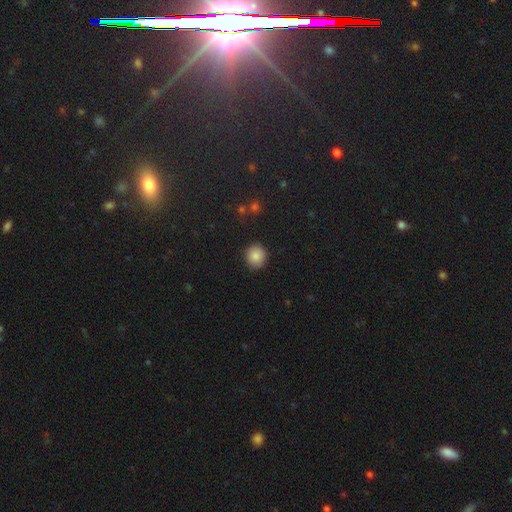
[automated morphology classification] smooth-or-featured: smooth: 85% | star or artifact: 9% | featured or disk: 6%
  how-rounded: round: 85% | in between: 14% | cigar-shaped: 1%
  merging: none: 89% | minor disturbance: 8% | major disturbance: 2% | merger: 1%